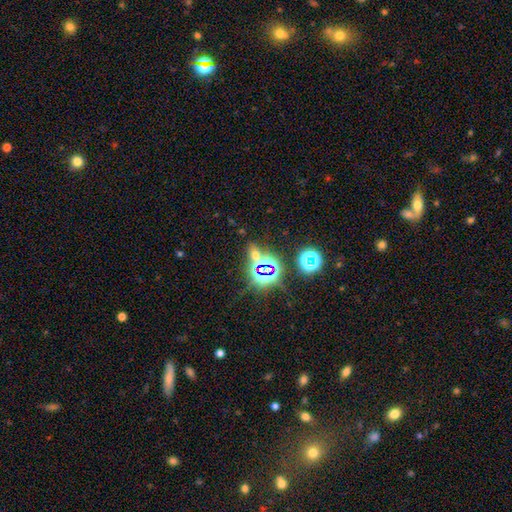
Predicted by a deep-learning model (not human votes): Smooth or featured: star or artifact — 63% (smooth — 29%)